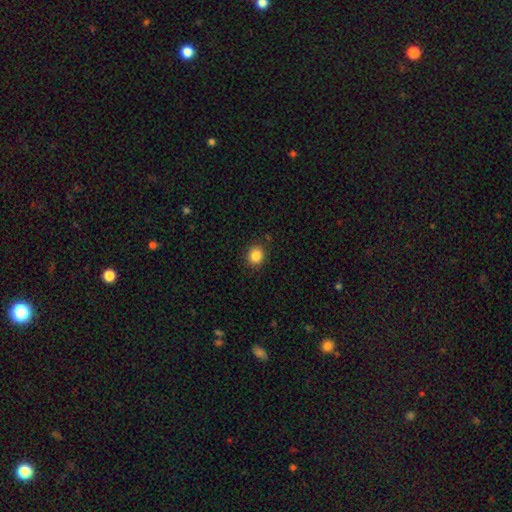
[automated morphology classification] Q: Smooth or featured?
A: smooth (86%); runner-up: star or artifact (10%)
Q: How rounded?
A: round (75%); runner-up: in between (24%)
Q: Merging?
A: none (88%); runner-up: minor disturbance (8%)